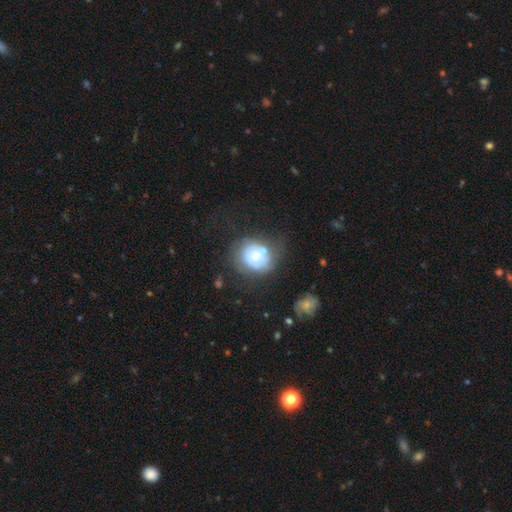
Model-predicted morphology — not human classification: smooth-or-featured: smooth: 48% | featured or disk: 44% | star or artifact: 8%
  merging: none: 50% | minor disturbance: 25% | major disturbance: 17% | merger: 9%